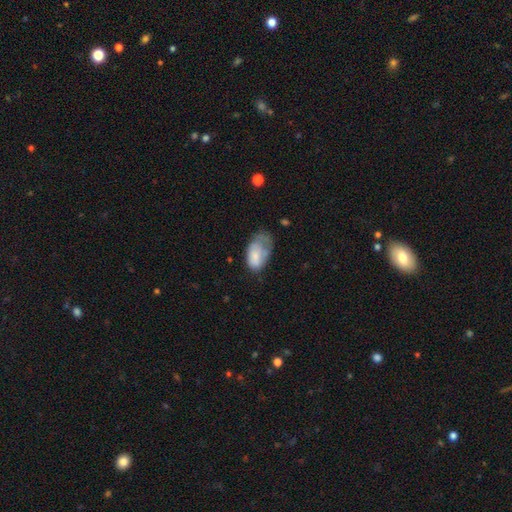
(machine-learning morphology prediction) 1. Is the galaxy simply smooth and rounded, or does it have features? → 70% smooth, 23% featured or disk, 7% star or artifact.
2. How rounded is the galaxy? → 93% in between, 6% round, 2% cigar-shaped.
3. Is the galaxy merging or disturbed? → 36% minor disturbance, 35% major disturbance, 25% none, 4% merger.